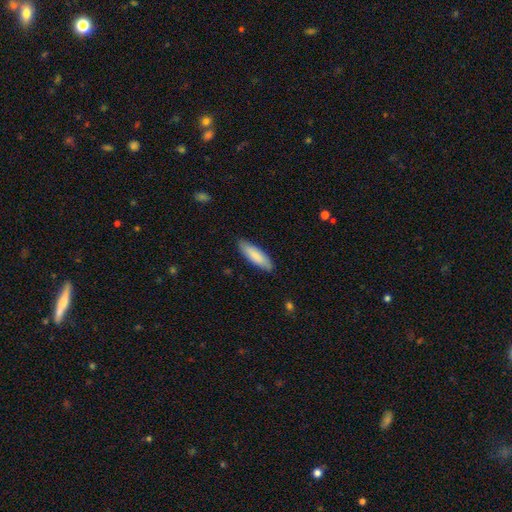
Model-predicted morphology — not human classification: Overall: smooth (85%). How rounded: cigar-shaped (52%; in between 46%). Merging: none (85%).